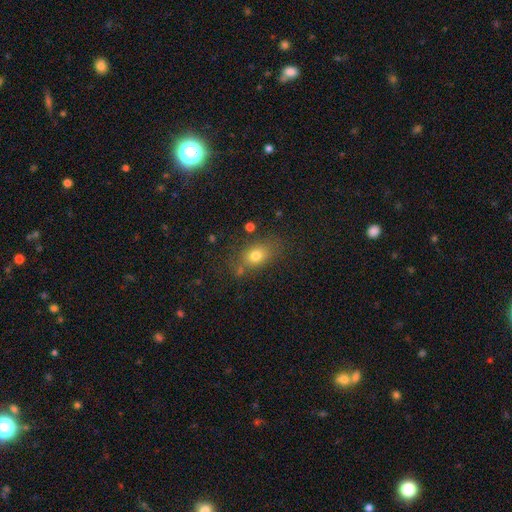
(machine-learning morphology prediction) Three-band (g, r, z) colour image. It shows a smooth galaxy with no disk features (76%) that is in between round and cigar-shaped (70%). Merging: none (72%).